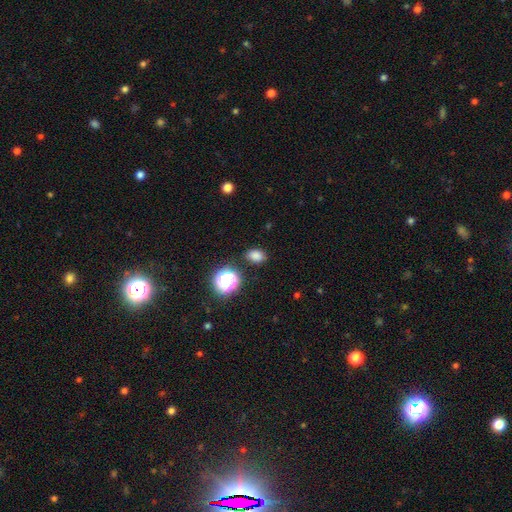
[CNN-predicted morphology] smooth 78%, star or artifact 17%, featured or disk 5%. Down the decision tree: how rounded — in between (69%); merging — none (83%).